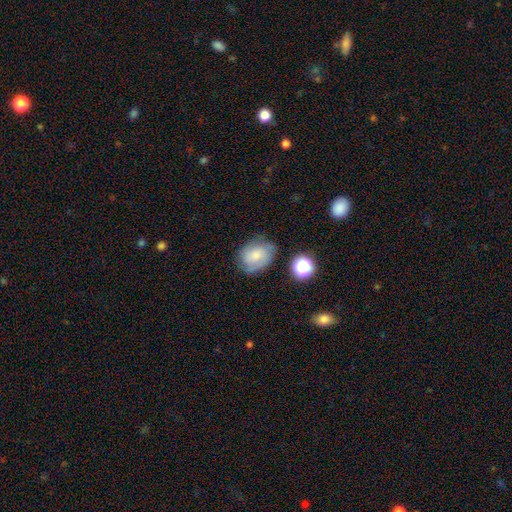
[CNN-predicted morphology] Smooth or featured?
  - smooth: 55% *
  - featured or disk: 34%
  - star or artifact: 11%
How rounded?
  - in between: 55% *
  - round: 44%
  - cigar-shaped: 1%
Merging?
  - none: 62% *
  - minor disturbance: 26%
  - major disturbance: 9%
  - merger: 4%